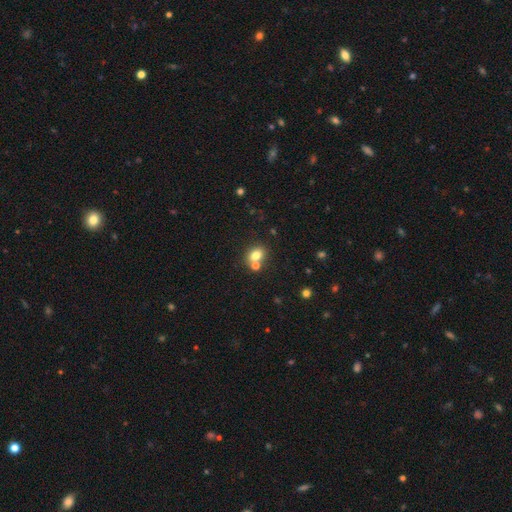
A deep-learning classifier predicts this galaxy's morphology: A smooth galaxy with no disk features (77%) that is in between round and cigar-shaped (57%).

Vote fractions:
- Smooth or featured? smooth: 77% / star or artifact: 12% / featured or disk: 11%
- How rounded? in between: 57% / round: 42% / cigar-shaped: 1%
- Merging? none: 56% / merger: 31% / minor disturbance: 10% / major disturbance: 3%